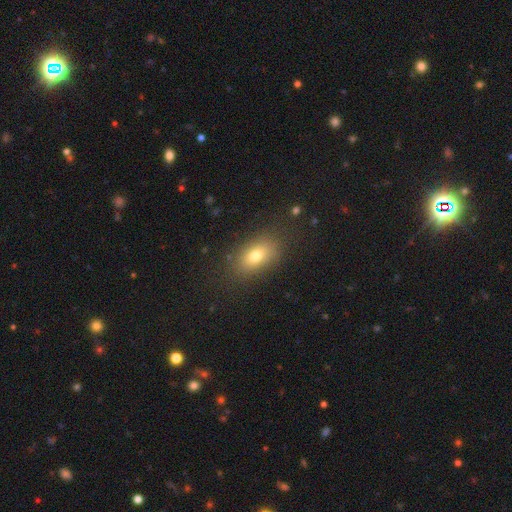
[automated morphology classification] Smooth or featured? Predicted: smooth (p=0.75). How rounded? Predicted: in between (p=0.83). Merging? Predicted: none (p=0.82).